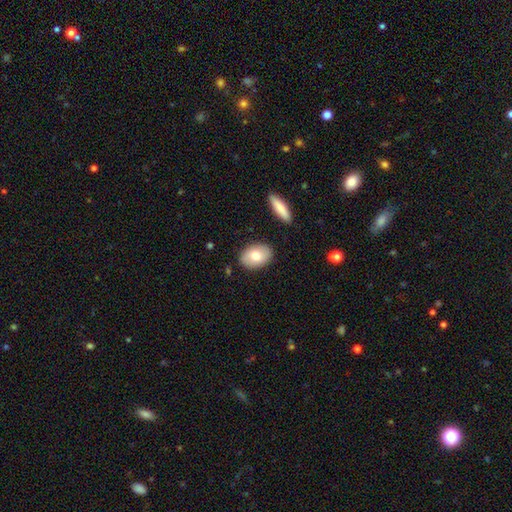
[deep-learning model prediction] A smooth galaxy with no disk features (73%) that is in between round and cigar-shaped (85%).

Vote fractions:
- Smooth or featured? smooth: 73% / featured or disk: 21% / star or artifact: 6%
- How rounded? in between: 85% / round: 14% / cigar-shaped: 1%
- Merging? none: 86% / minor disturbance: 10% / merger: 2% / major disturbance: 2%